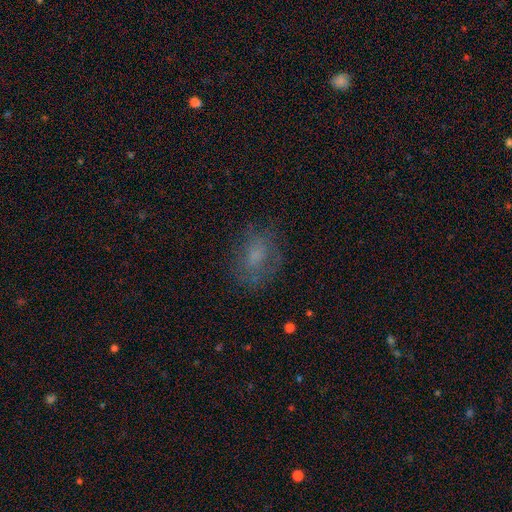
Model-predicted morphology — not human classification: Q: Smooth or featured?
A: smooth (55%); runner-up: featured or disk (30%)
Q: How rounded?
A: in between (69%); runner-up: round (29%)
Q: Merging?
A: none (68%); runner-up: minor disturbance (19%)